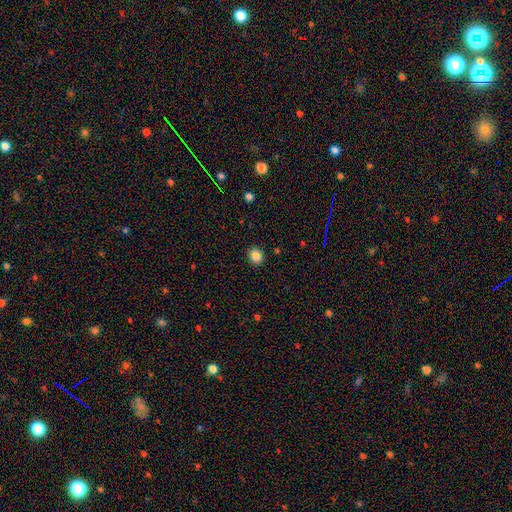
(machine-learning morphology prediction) A smooth galaxy with no disk features (83%) that is round (76%).

Vote fractions:
- Smooth or featured? smooth: 83% / star or artifact: 11% / featured or disk: 6%
- How rounded? round: 76% / in between: 23% / cigar-shaped: 1%
- Merging? none: 86% / minor disturbance: 10% / merger: 2% / major disturbance: 2%